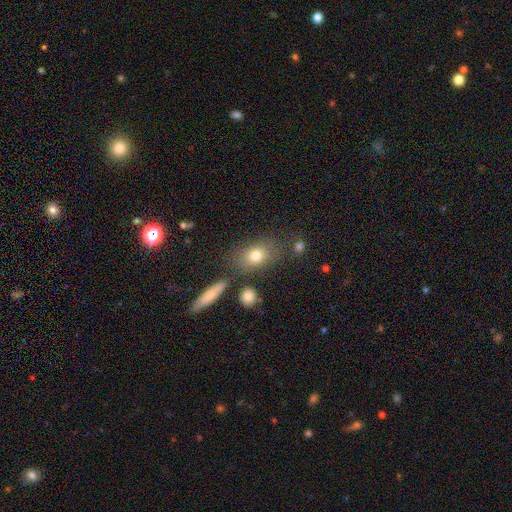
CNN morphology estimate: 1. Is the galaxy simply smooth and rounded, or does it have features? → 76% smooth, 14% featured or disk, 11% star or artifact.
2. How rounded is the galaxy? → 72% in between, 25% round, 4% cigar-shaped.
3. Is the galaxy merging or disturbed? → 70% none, 15% minor disturbance, 8% merger, 6% major disturbance.